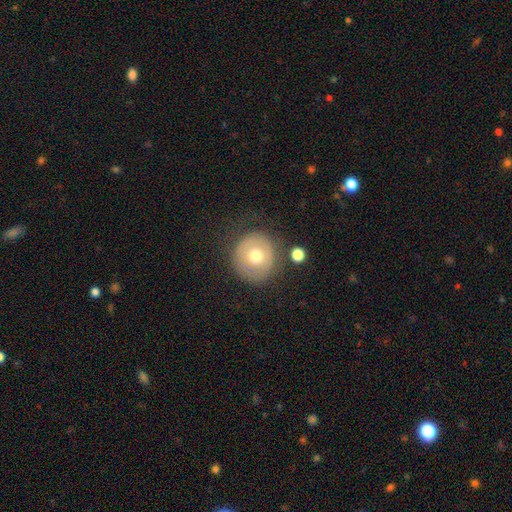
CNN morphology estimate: Q: Smooth or featured?
A: smooth (61%); runner-up: featured or disk (30%)
Q: How rounded?
A: round (91%); runner-up: in between (8%)
Q: Merging?
A: none (76%); runner-up: minor disturbance (13%)